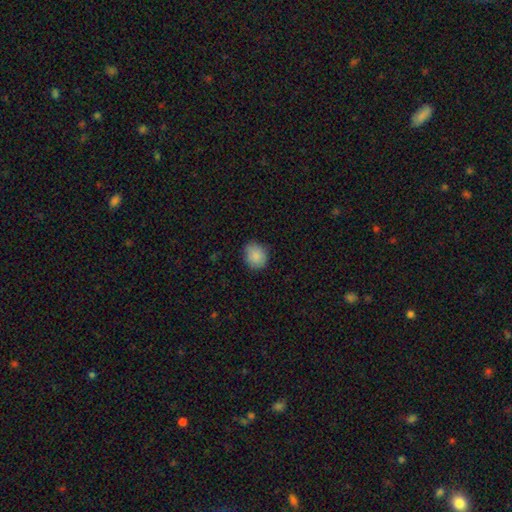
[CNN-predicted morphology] A smooth galaxy with no disk features (87%) that is round (68%). Merging: none (82%).